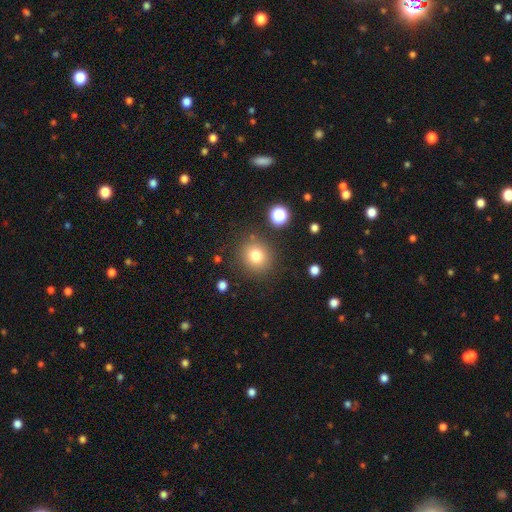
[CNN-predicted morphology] Overall: smooth (78%). How rounded: round (87%). Merging: none (84%).